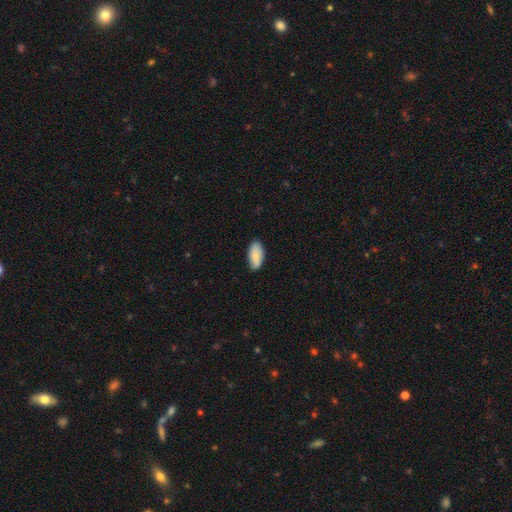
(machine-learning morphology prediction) Overall: smooth (85%). How rounded: in between (93%). Merging: none (81%).